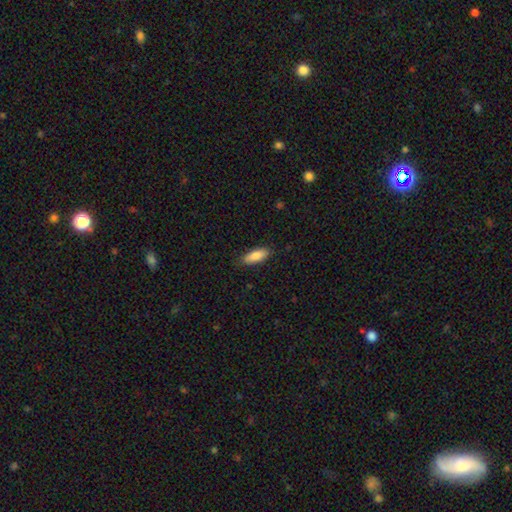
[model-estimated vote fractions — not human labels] Morphology: type=smooth (84%); roundness=in between (71%); merging=none (84%).